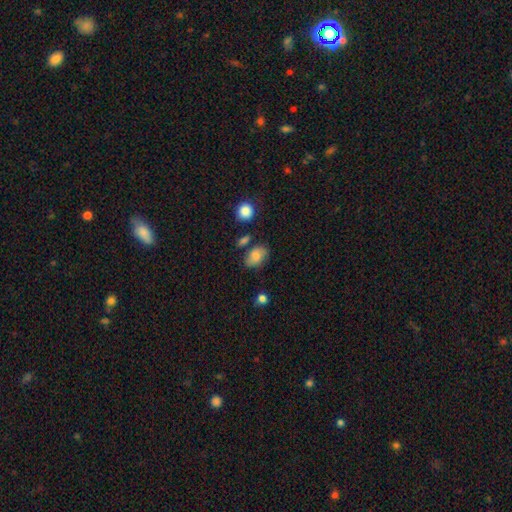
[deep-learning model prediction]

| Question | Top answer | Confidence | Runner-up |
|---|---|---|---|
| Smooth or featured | smooth | 71% | featured or disk (20%) |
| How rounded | in between | 80% | round (18%) |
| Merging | none | 62% | minor disturbance (24%) |